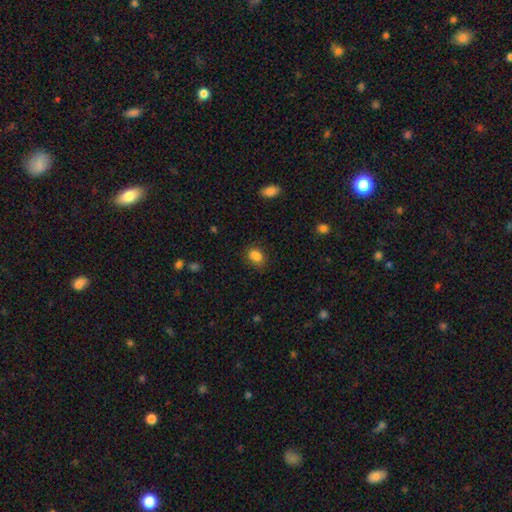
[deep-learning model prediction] Smooth or featured? Predicted: smooth (p=0.84). How rounded? Predicted: in between (p=0.68). Merging? Predicted: none (p=0.68).